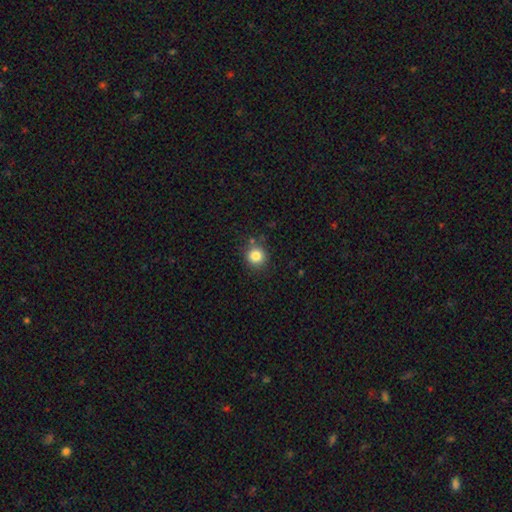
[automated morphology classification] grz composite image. It shows a smooth galaxy with no disk features (83%) that is round (91%). Merging: none (83%).